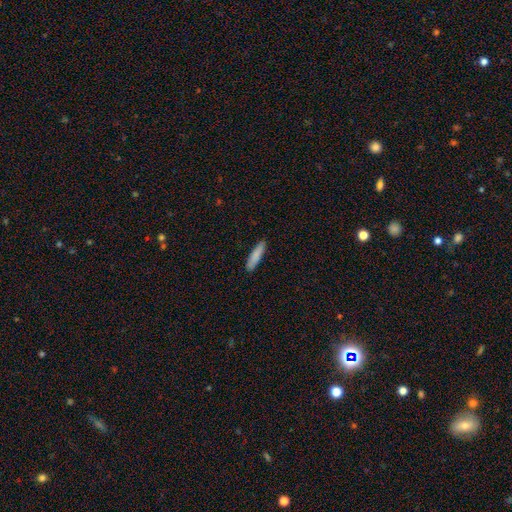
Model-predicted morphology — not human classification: The model was most divided on "how rounded": cigar-shaped: 79%, in between: 19%, round: 1%. More confident: merging — none (88%); smooth or featured — smooth (85%).